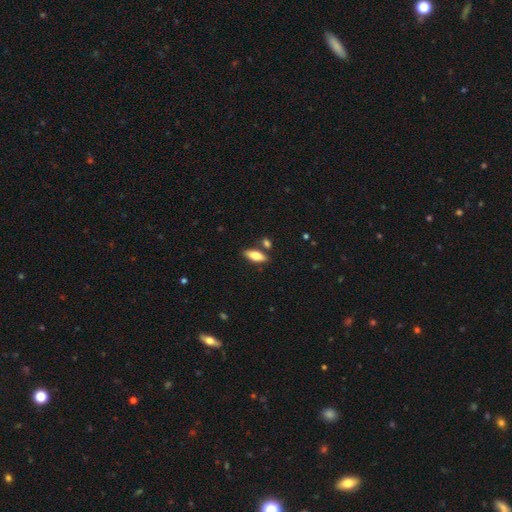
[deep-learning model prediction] This is likely a smooth galaxy (76%). How rounded: likely in between (75%). Merging: likely none (79%).